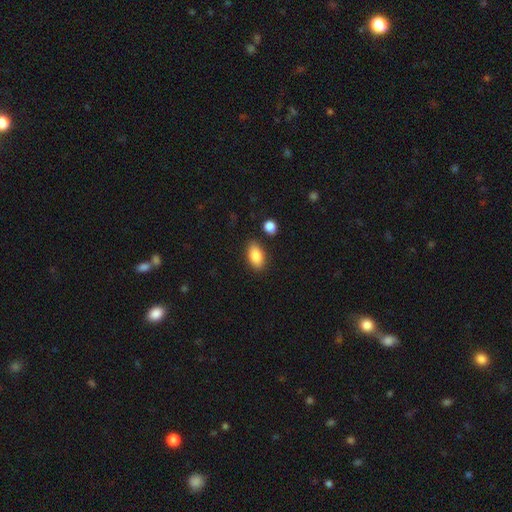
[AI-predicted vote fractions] Smooth or featured?
  - smooth: 86% *
  - star or artifact: 7%
  - featured or disk: 7%
How rounded?
  - in between: 91% *
  - round: 5%
  - cigar-shaped: 4%
Merging?
  - none: 84% *
  - minor disturbance: 10%
  - merger: 3%
  - major disturbance: 3%